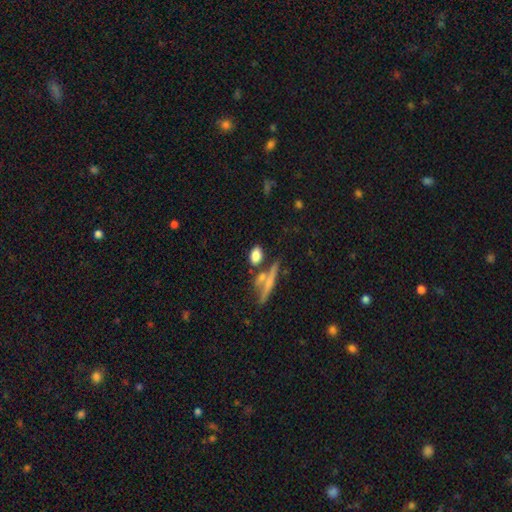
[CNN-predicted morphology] smooth 78%, featured or disk 14%, star or artifact 9%. Down the decision tree: how rounded — in between (80%); merging — none (61%).